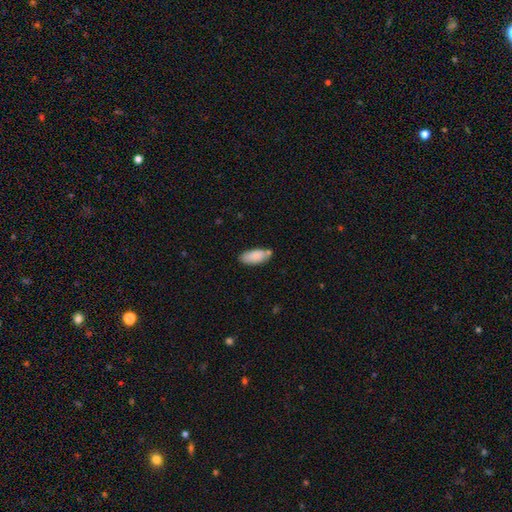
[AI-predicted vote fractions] Morphology: type=smooth (87%); roundness=in between (88%); merging=none (65%).